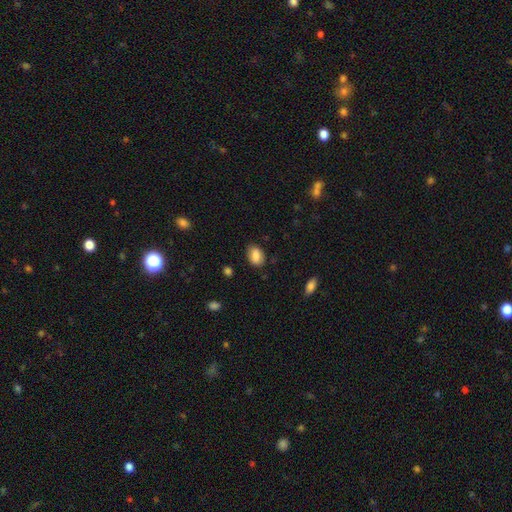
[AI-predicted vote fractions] This appears to be a smooth galaxy with no disk features (85%) that is in between round and cigar-shaped (83%). Merging: none (78%).